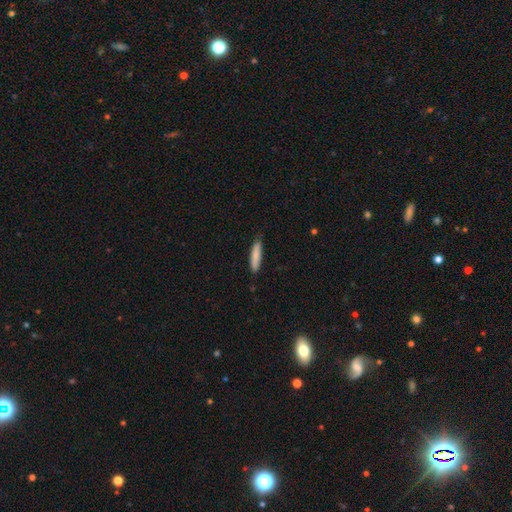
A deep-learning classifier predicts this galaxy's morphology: Smooth or featured?
  - smooth: 84% *
  - featured or disk: 10%
  - star or artifact: 6%
How rounded?
  - cigar-shaped: 81% *
  - in between: 18%
  - round: 1%
Merging?
  - none: 83% *
  - minor disturbance: 14%
  - major disturbance: 2%
  - merger: 1%